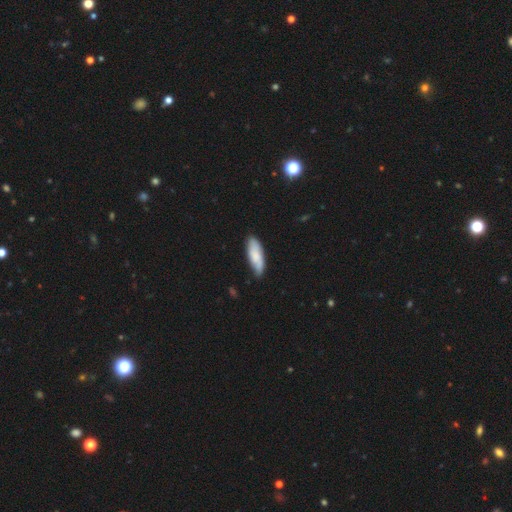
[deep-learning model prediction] The model was most divided on "how rounded": in between: 62%, cigar-shaped: 37%, round: 2%. More confident: smooth or featured — smooth (75%); merging — none (73%).